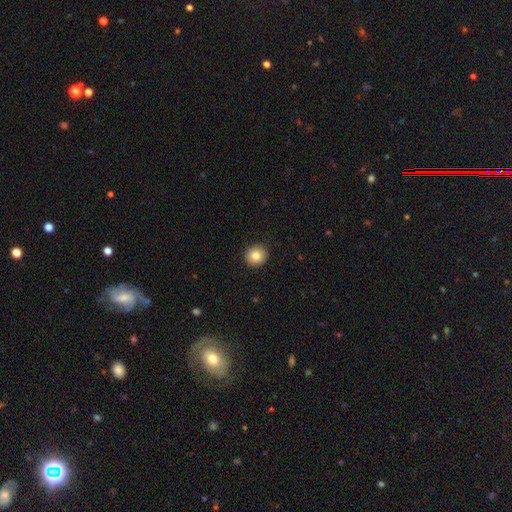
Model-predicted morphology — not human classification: The model was most divided on "smooth or featured": smooth: 83%, star or artifact: 9%, featured or disk: 8%. More confident: merging — none (92%); how rounded — round (91%).